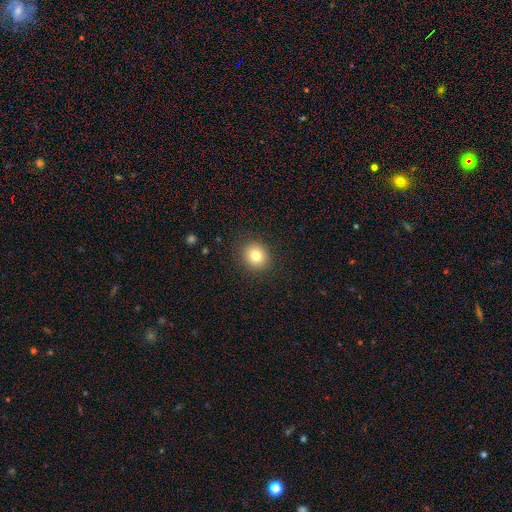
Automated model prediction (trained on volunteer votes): Smooth or featured? smooth (79%)
How rounded? round (83%)
Merging? none (89%)